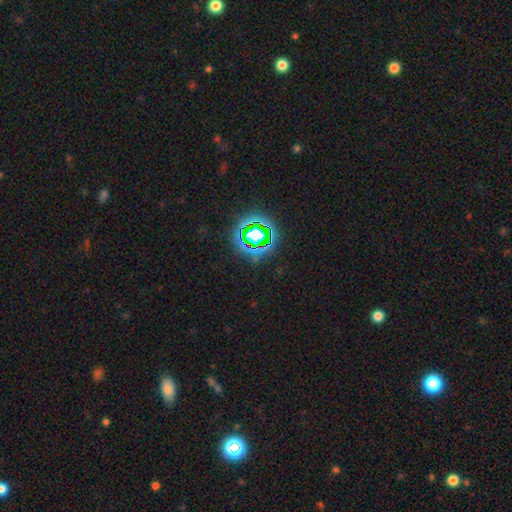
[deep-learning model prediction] The model was most divided on "smooth or featured": star or artifact: 79%, smooth: 14%, featured or disk: 7%.